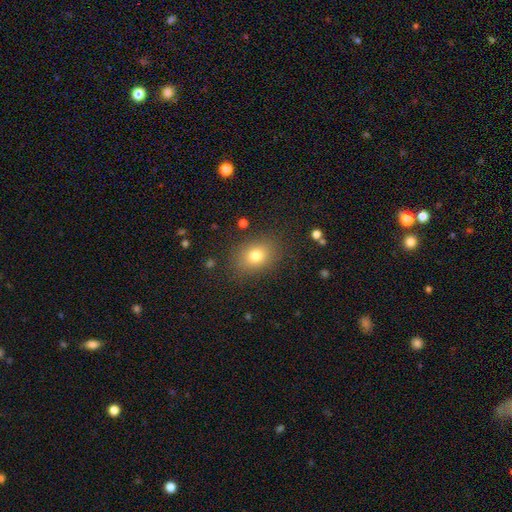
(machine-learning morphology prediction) type=smooth (78%); roundness=in between (58%); merging=none (84%).